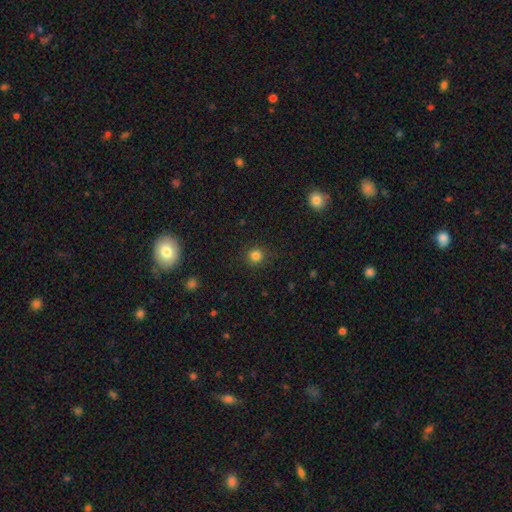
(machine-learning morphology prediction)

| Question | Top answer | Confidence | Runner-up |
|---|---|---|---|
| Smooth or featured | smooth | 82% | star or artifact (13%) |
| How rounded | round | 92% | in between (7%) |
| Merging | none | 88% | minor disturbance (8%) |